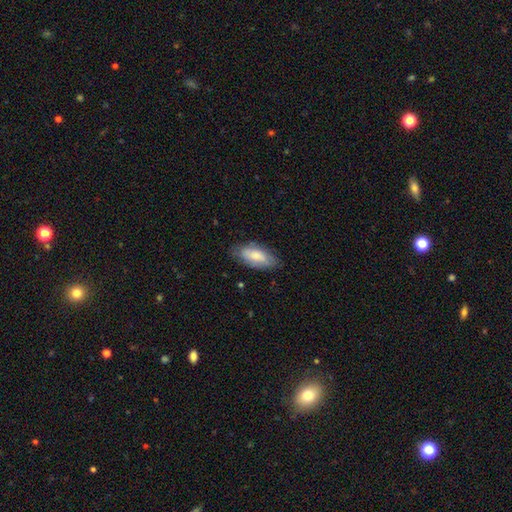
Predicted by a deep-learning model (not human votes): smooth-or-featured: smooth: 71% | featured or disk: 22% | star or artifact: 6%
  how-rounded: in between: 86% | cigar-shaped: 11% | round: 2%
  merging: none: 74% | minor disturbance: 20% | major disturbance: 4% | merger: 1%